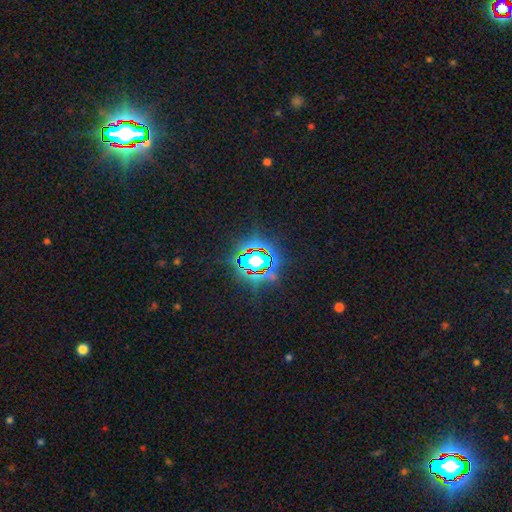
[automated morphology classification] The model was most divided on "smooth or featured": star or artifact: 72%, smooth: 17%, featured or disk: 11%.